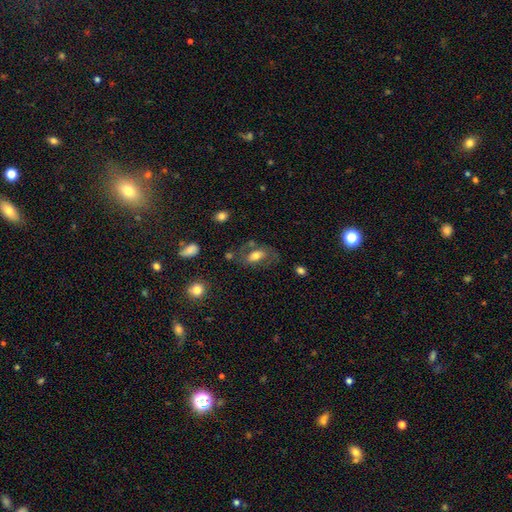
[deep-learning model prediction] Smooth or featured?
  - smooth: 52% *
  - featured or disk: 40%
  - star or artifact: 8%
How rounded?
  - in between: 85% *
  - round: 10%
  - cigar-shaped: 4%
Merging?
  - none: 57% *
  - minor disturbance: 20%
  - major disturbance: 17%
  - merger: 6%